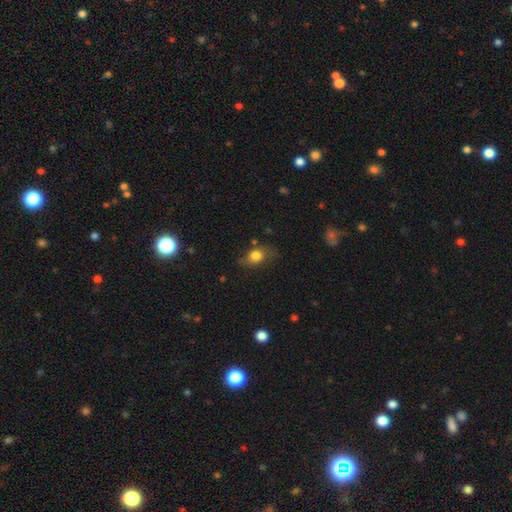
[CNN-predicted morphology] Smooth or featured? Predicted: smooth (p=0.73). How rounded? Predicted: in between (p=0.66). Merging? Predicted: none (p=0.65).